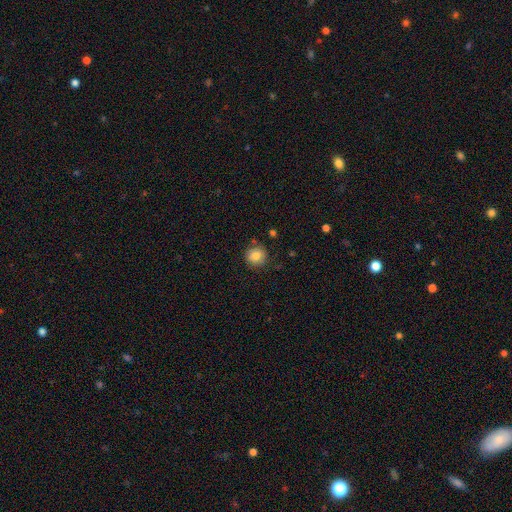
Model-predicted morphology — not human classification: Smooth or featured? smooth (82%)
How rounded? round (91%)
Merging? none (84%)